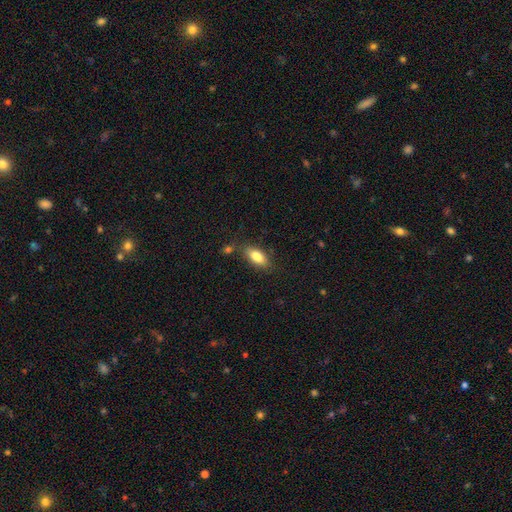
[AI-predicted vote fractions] Smooth or featured?
  - smooth: 83% *
  - featured or disk: 9%
  - star or artifact: 7%
How rounded?
  - in between: 86% *
  - cigar-shaped: 11%
  - round: 3%
Merging?
  - none: 75% *
  - minor disturbance: 15%
  - merger: 6%
  - major disturbance: 4%